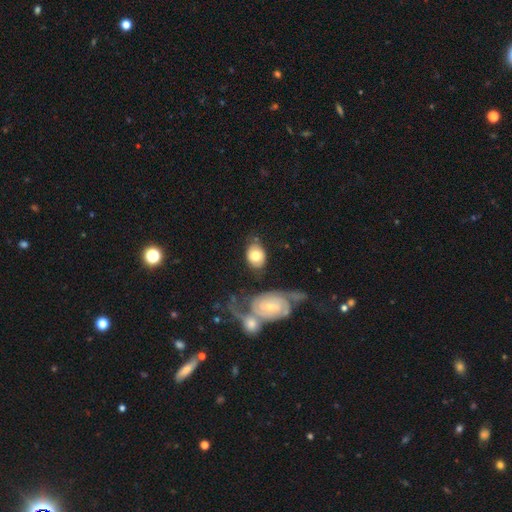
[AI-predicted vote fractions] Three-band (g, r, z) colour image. It shows a smooth galaxy with no disk features (66%) that is in between round and cigar-shaped (61%). Merging: none (60%).